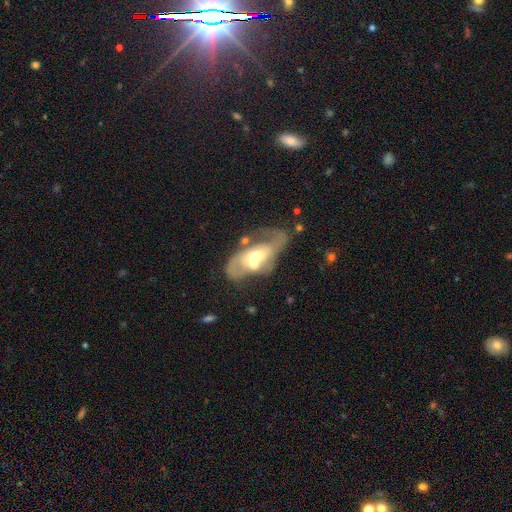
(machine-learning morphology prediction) The model was most divided on "spiral winding": loose: 43%, medium: 40%, tight: 17%. Remaining: edge-on disk — no (94%); spiral arms — yes (76%); smooth or featured — featured or disk (73%); spiral arm count — 2 (67%); bar — no (57%); bulge size — moderate (56%); merging — merger (46%).